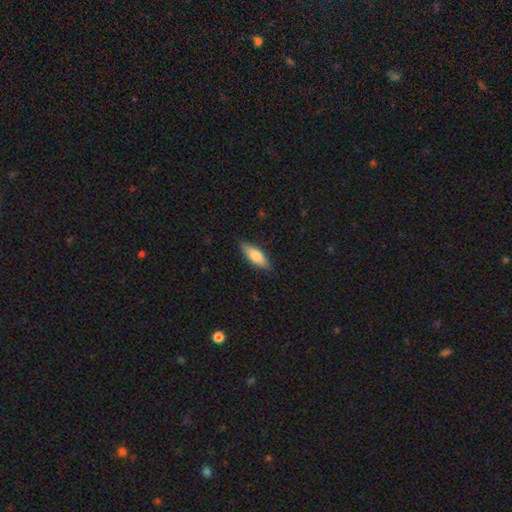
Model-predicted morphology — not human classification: smooth-or-featured: smooth: 74% | featured or disk: 20% | star or artifact: 6%
  how-rounded: in between: 64% | cigar-shaped: 34% | round: 2%
  merging: none: 86% | minor disturbance: 11% | major disturbance: 2% | merger: 1%